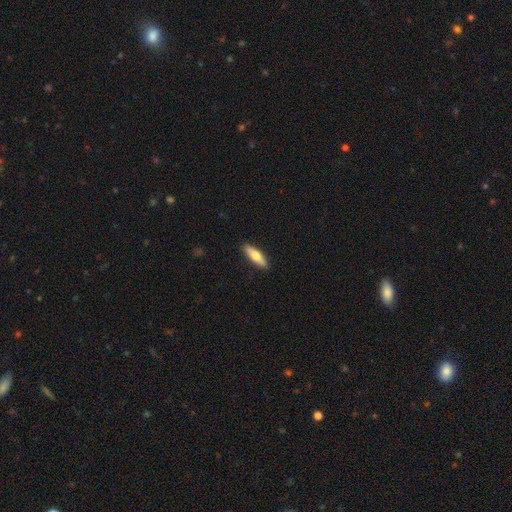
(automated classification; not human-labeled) Smooth or featured? Predicted: smooth (p=0.65). How rounded? Predicted: cigar-shaped (p=0.61). Merging? Predicted: none (p=0.90).